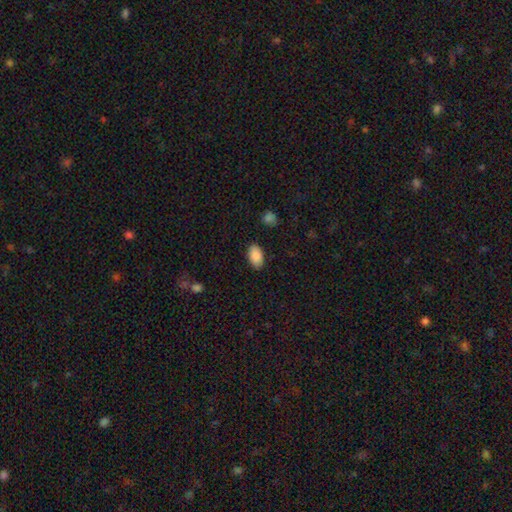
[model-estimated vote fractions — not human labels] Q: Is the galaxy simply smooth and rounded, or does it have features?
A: smooth — 89%.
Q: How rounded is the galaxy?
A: in between — 94%.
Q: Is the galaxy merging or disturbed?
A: none — 86%.